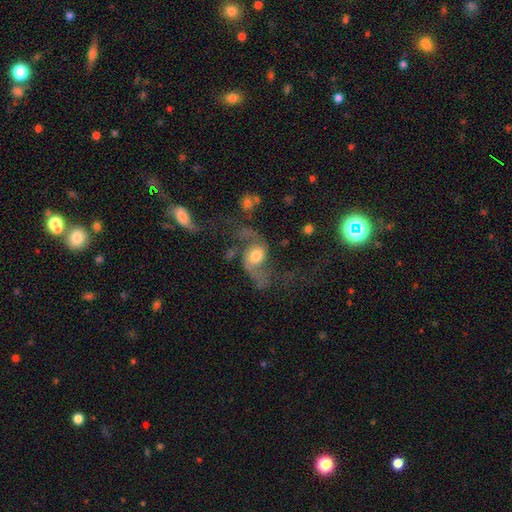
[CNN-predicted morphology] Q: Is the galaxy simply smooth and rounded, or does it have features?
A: featured or disk — 75%.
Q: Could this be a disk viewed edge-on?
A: no — 97%.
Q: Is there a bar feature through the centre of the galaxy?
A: no — 58%.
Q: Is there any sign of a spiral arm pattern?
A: yes — 90%.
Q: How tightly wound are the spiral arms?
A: loose — 78%.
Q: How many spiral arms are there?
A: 2 — 91%.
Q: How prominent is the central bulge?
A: moderate — 60%.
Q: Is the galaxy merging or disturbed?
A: none — 40%.